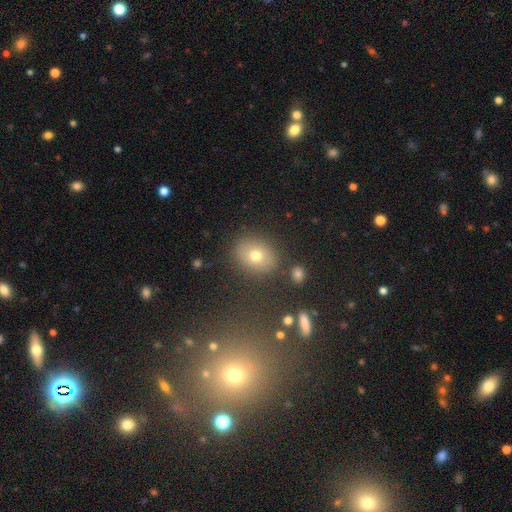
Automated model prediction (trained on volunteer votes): A smooth galaxy with no disk features (69%) that is in between round and cigar-shaped (55%).

Vote fractions:
- Smooth or featured? smooth: 69% / featured or disk: 16% / star or artifact: 14%
- How rounded? in between: 55% / round: 43% / cigar-shaped: 1%
- Merging? none: 83% / minor disturbance: 10% / merger: 4% / major disturbance: 4%